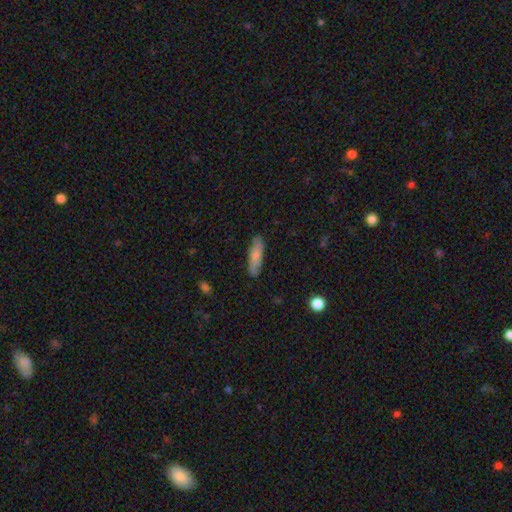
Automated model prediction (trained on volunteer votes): A smooth galaxy with no disk features (74%) that is cigar-shaped (63%). Merging: none (84%).